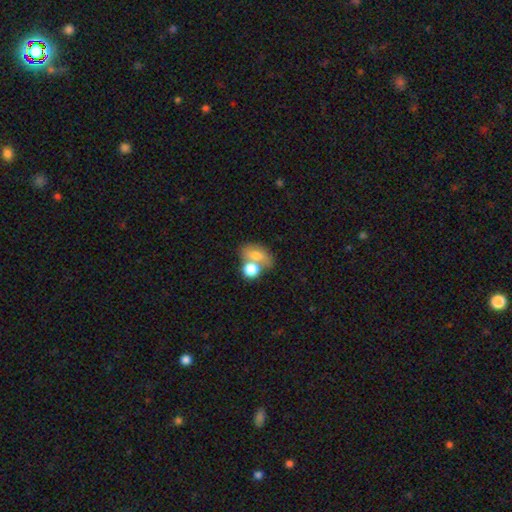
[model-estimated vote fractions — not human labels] Overall: smooth (70%). How rounded: in between (71%). Merging: merger (52%; none 31%).